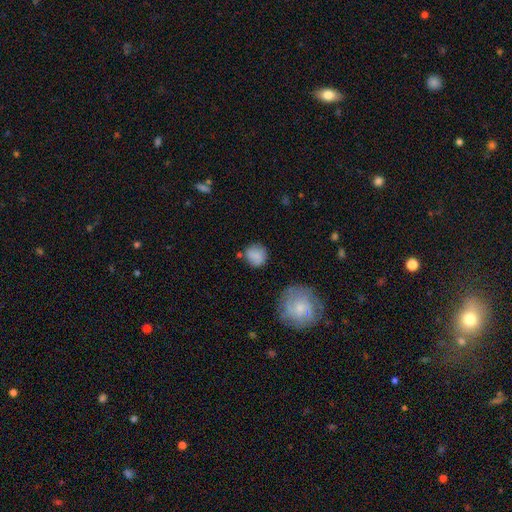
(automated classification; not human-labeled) smooth 81%, featured or disk 11%, star or artifact 8%. Down the decision tree: how rounded — round (81%); merging — none (71%).